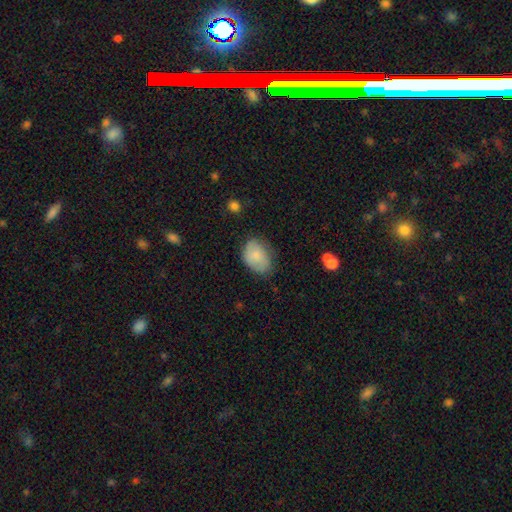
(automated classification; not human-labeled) Smooth or featured?
  - smooth: 77% *
  - featured or disk: 16%
  - star or artifact: 7%
How rounded?
  - in between: 75% *
  - round: 24%
  - cigar-shaped: 1%
Merging?
  - none: 65% *
  - minor disturbance: 27%
  - major disturbance: 6%
  - merger: 2%